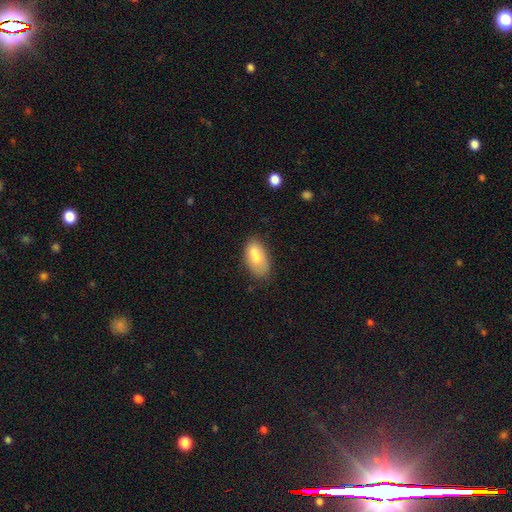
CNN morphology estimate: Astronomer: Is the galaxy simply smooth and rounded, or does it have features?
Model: smooth — 70%.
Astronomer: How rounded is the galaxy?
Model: in between — 91%.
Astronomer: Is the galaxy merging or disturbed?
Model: none — 47% (runner-up: merger, 27%).